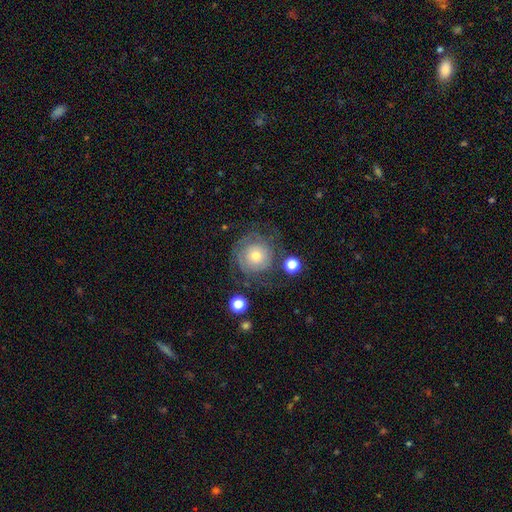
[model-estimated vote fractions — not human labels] Smooth or featured: featured or disk — 59% (smooth — 31%)
Edge-on disk: no — 97% (yes — 3%)
Bar: no — 86% (weak — 12%)
Spiral arms: yes — 77% (no — 23%)
Bulge size: moderate — 53% (small — 38%)
Merging: none — 67% (minor disturbance — 17%)